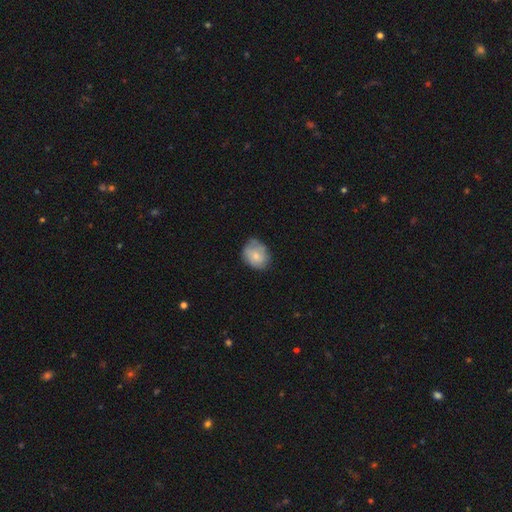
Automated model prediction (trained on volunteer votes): Smooth or featured?
  - smooth: 71% *
  - featured or disk: 22%
  - star or artifact: 7%
How rounded?
  - in between: 52% *
  - round: 47%
  - cigar-shaped: 1%
Merging?
  - none: 63% *
  - minor disturbance: 28%
  - major disturbance: 7%
  - merger: 1%